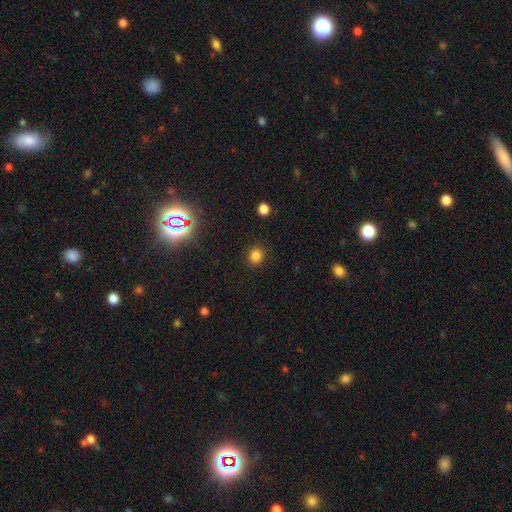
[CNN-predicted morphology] This is clearly a smooth galaxy (82%). How rounded: clearly round (82%). Merging: clearly none (90%).